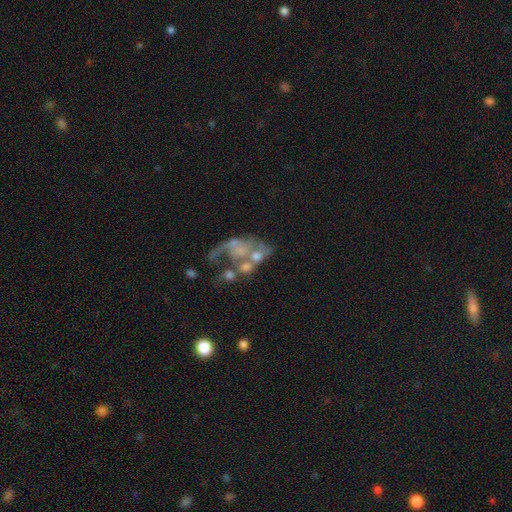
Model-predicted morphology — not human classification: featured or disk 63%, smooth 23%, star or artifact 14%. Down the decision tree: edge-on disk — no (97%); bar — no (86%); spiral arms — no (70%); bulge size — none (53%); merging — merger (42%).